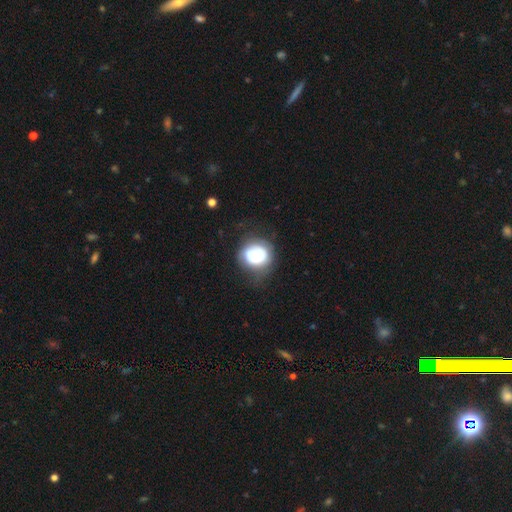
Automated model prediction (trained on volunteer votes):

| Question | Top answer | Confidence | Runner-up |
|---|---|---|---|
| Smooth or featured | smooth | 61% | featured or disk (31%) |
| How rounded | round | 76% | in between (23%) |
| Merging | none | 66% | minor disturbance (21%) |